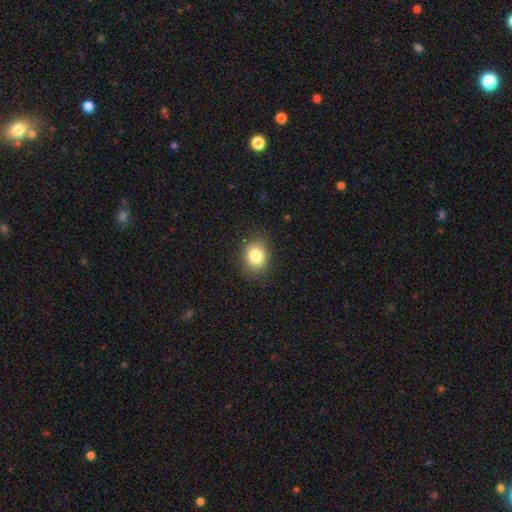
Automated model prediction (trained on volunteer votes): Q: Smooth or featured?
A: smooth (83%); runner-up: star or artifact (10%)
Q: How rounded?
A: round (59%); runner-up: in between (40%)
Q: Merging?
A: none (86%); runner-up: minor disturbance (10%)